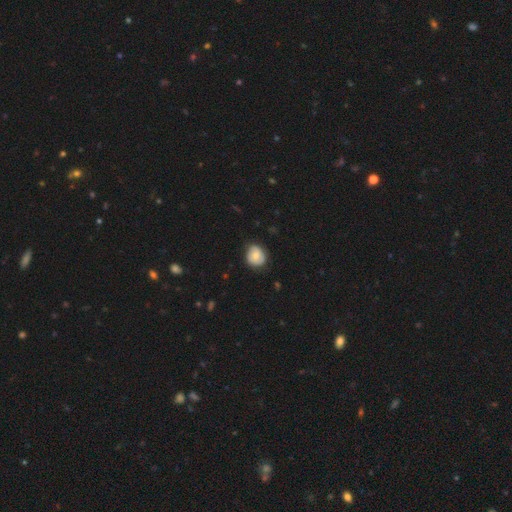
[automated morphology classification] Smooth or featured: smooth — 67% (featured or disk — 25%)
How rounded: round — 71% (in between — 28%)
Merging: none — 73% (minor disturbance — 22%)